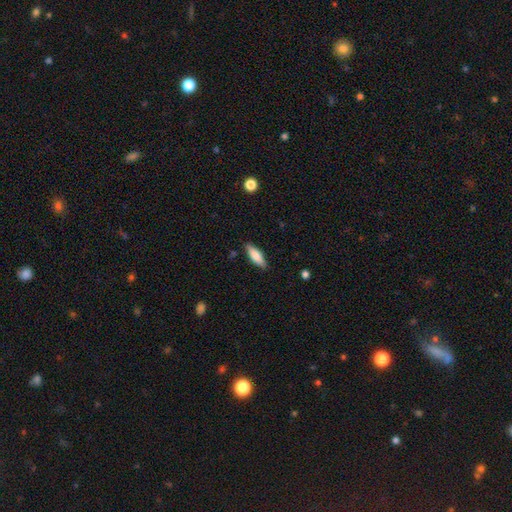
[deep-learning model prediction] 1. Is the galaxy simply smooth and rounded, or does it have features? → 75% smooth, 19% featured or disk, 6% star or artifact.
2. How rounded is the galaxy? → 53% in between, 45% cigar-shaped, 2% round.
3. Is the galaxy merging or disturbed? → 86% none, 11% minor disturbance, 2% major disturbance, 1% merger.